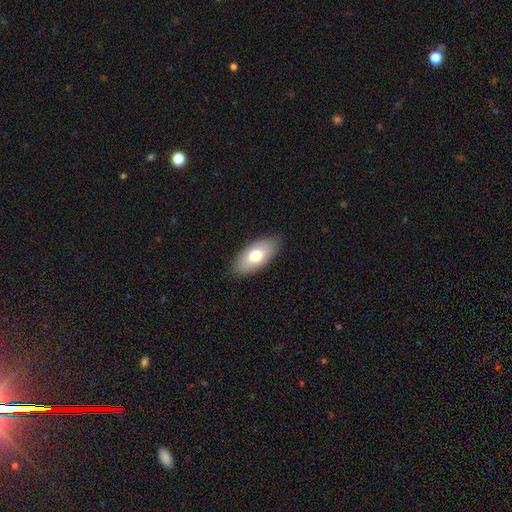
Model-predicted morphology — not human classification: Smooth or featured? smooth (71%)
How rounded? in between (91%)
Merging? none (86%)